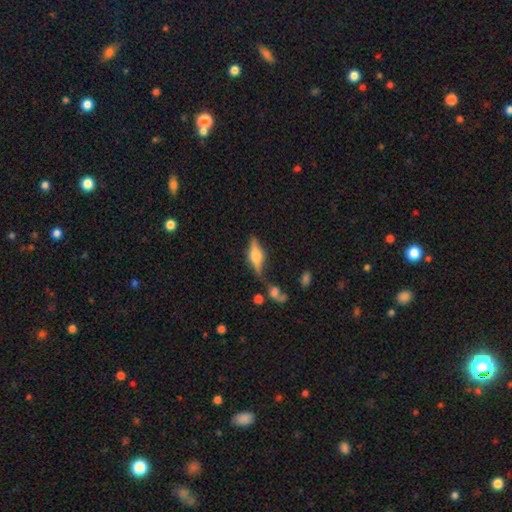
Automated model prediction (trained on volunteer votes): featured or disk 59%, smooth 33%, star or artifact 9%. Down the decision tree: edge-on disk — yes (92%); edge-on bulge — rounded (88%); merging — none (65%).